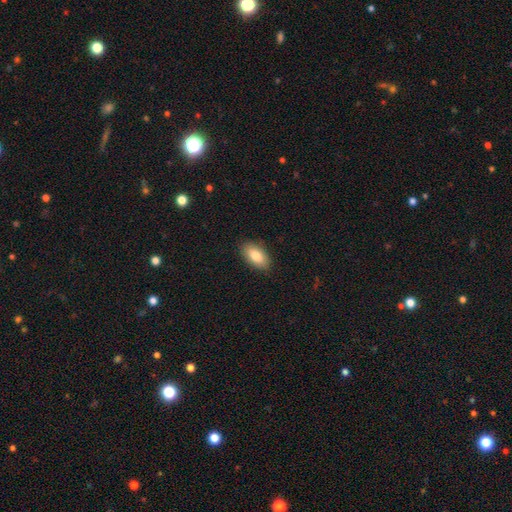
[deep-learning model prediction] A smooth galaxy with no disk features (82%) that is in between round and cigar-shaped (93%).

Vote fractions:
- Smooth or featured? smooth: 82% / featured or disk: 11% / star or artifact: 7%
- How rounded? in between: 93% / cigar-shaped: 4% / round: 4%
- Merging? none: 88% / minor disturbance: 9% / major disturbance: 2% / merger: 1%